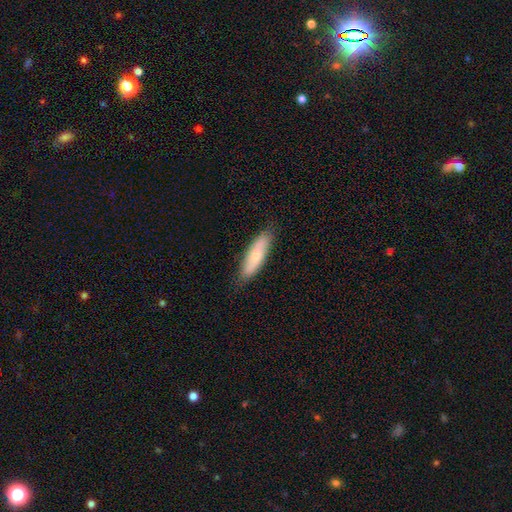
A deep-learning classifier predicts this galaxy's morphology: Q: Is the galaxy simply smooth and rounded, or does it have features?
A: smooth — 67%.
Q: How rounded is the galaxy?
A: cigar-shaped — 61%.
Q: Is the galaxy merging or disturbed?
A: none — 84%.